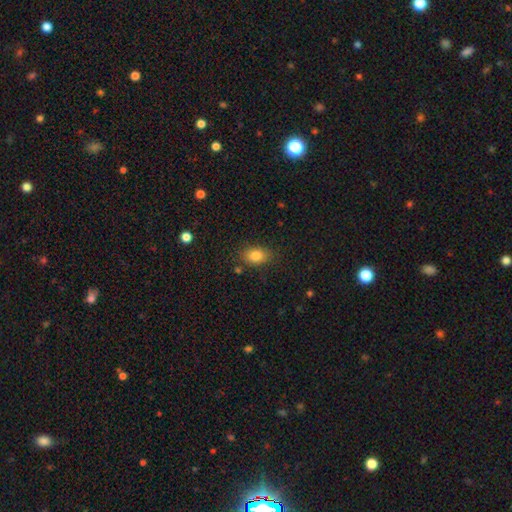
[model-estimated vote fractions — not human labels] A smooth galaxy with no disk features (83%) that is in between round and cigar-shaped (77%).

Vote fractions:
- Smooth or featured? smooth: 83% / star or artifact: 10% / featured or disk: 7%
- How rounded? in between: 77% / round: 21% / cigar-shaped: 2%
- Merging? none: 81% / minor disturbance: 13% / major disturbance: 3% / merger: 2%